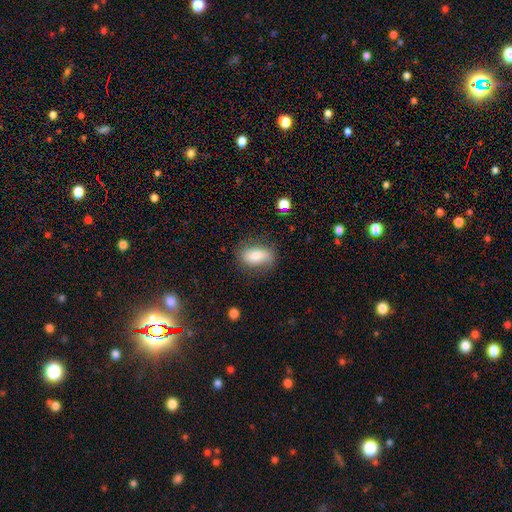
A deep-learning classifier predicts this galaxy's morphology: A smooth galaxy with no disk features (70%) that is in between round and cigar-shaped (86%).

Vote fractions:
- Smooth or featured? smooth: 70% / featured or disk: 22% / star or artifact: 8%
- How rounded? in between: 86% / round: 8% / cigar-shaped: 6%
- Merging? none: 71% / minor disturbance: 20% / major disturbance: 7% / merger: 2%